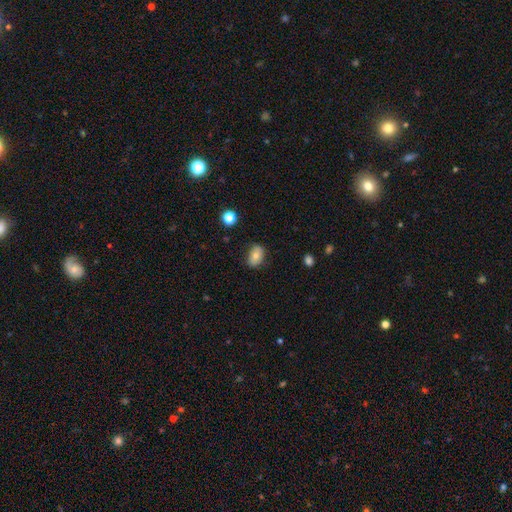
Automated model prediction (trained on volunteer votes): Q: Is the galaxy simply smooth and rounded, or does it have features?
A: smooth — 74%.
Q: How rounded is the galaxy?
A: in between — 80%.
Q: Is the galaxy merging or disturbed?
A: none — 78%.